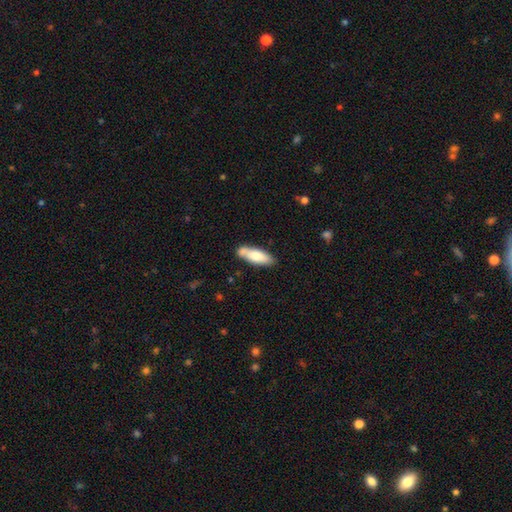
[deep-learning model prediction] smooth_or_featured: smooth (p=0.76) [alt: featured or disk p=0.19]
how_rounded: in between (p=0.58) [alt: cigar-shaped p=0.40]
merging: none (p=0.63) [alt: minor disturbance p=0.19]